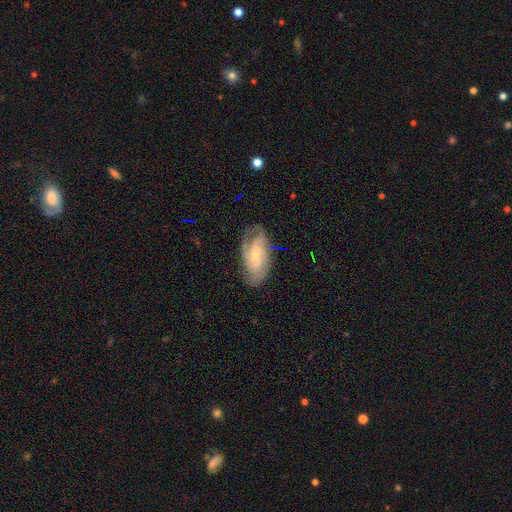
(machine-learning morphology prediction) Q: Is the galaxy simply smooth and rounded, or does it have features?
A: featured or disk — 83%.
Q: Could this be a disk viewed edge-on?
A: no — 96%.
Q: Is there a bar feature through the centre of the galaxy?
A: no — 56%.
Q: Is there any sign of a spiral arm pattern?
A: yes — 96%.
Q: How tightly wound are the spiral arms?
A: tight — 48%.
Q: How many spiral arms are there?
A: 2 — 33%.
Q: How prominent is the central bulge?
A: small — 71%.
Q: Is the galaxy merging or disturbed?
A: none — 74%.